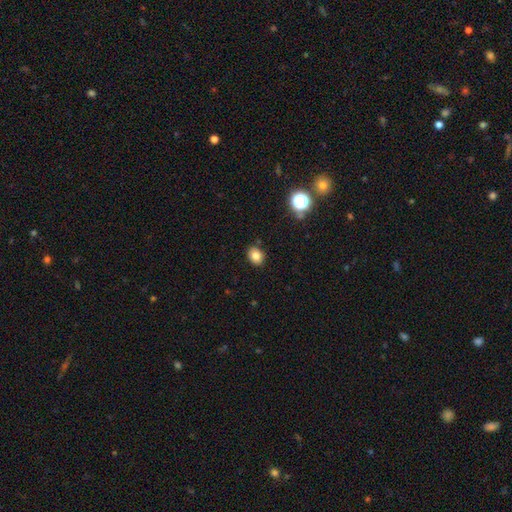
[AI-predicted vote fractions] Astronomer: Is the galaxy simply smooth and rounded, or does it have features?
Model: smooth — 80%.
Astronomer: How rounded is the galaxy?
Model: in between — 53% (runner-up: round, 46%).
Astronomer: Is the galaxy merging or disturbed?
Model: none — 87%.